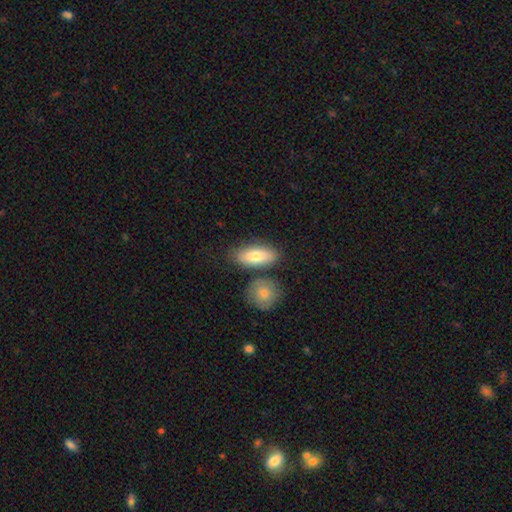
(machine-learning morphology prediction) smooth 77%, featured or disk 17%, star or artifact 6%. Down the decision tree: how rounded — in between (81%); merging — none (69%).